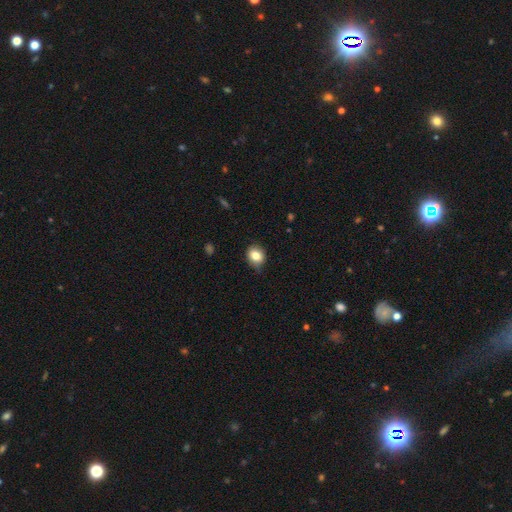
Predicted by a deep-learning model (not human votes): Smooth or featured? smooth (80%)
How rounded? round (58%)
Merging? none (75%)